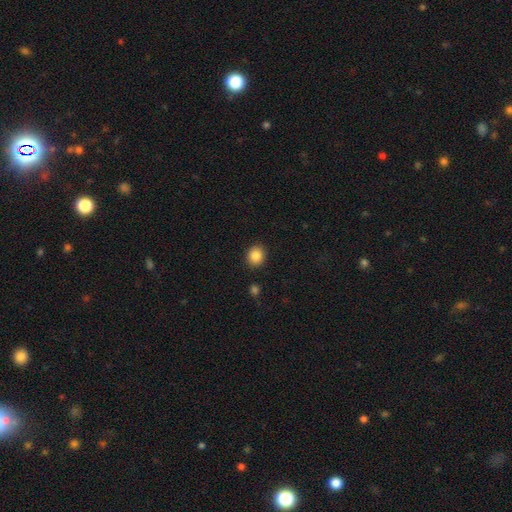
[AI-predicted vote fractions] Smooth or featured? smooth (86%)
How rounded? round (76%)
Merging? none (90%)